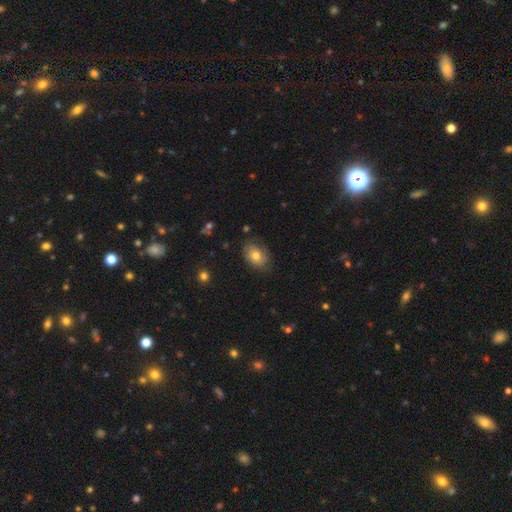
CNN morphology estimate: A smooth galaxy with no disk features (61%) that is in between round and cigar-shaped (78%). Merging: none (71%).